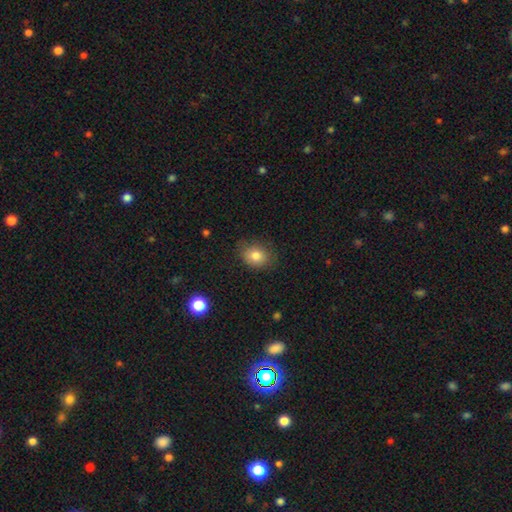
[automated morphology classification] Smooth or featured: smooth — 81% (star or artifact — 10%)
How rounded: in between — 59% (round — 40%)
Merging: none — 78% (minor disturbance — 17%)